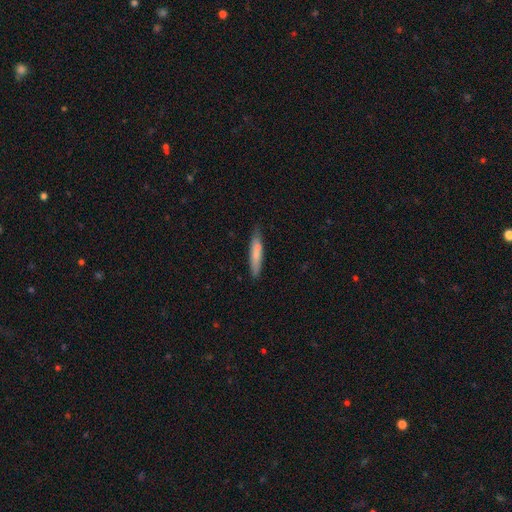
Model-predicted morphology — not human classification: Smooth or featured? smooth (70%)
How rounded? cigar-shaped (90%)
Merging? none (81%)